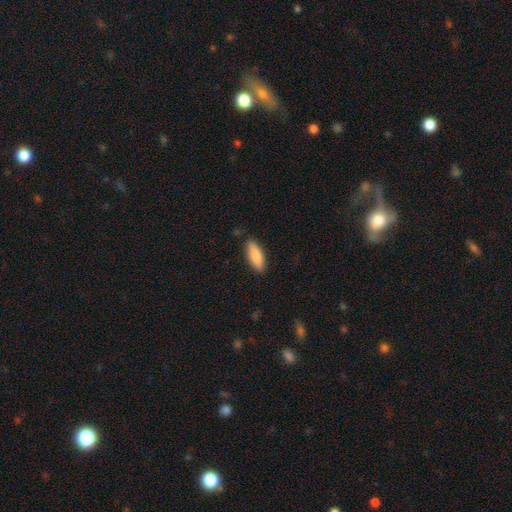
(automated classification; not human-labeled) smooth 84%, featured or disk 11%, star or artifact 6%. Down the decision tree: how rounded — in between (62%); merging — none (87%).